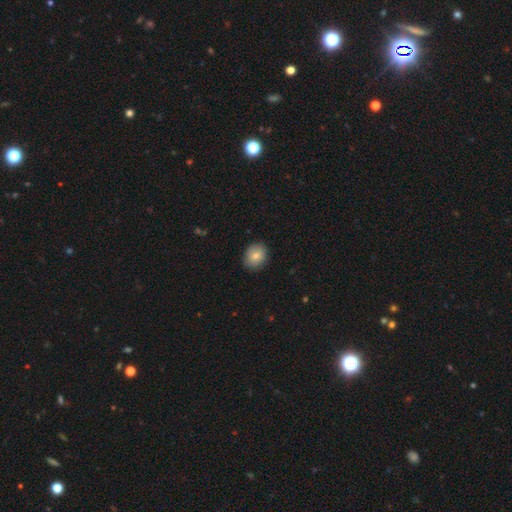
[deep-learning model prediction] Smooth or featured?
  - smooth: 81% *
  - featured or disk: 11%
  - star or artifact: 8%
How rounded?
  - round: 55% *
  - in between: 44%
  - cigar-shaped: 1%
Merging?
  - none: 86% *
  - minor disturbance: 11%
  - major disturbance: 2%
  - merger: 1%